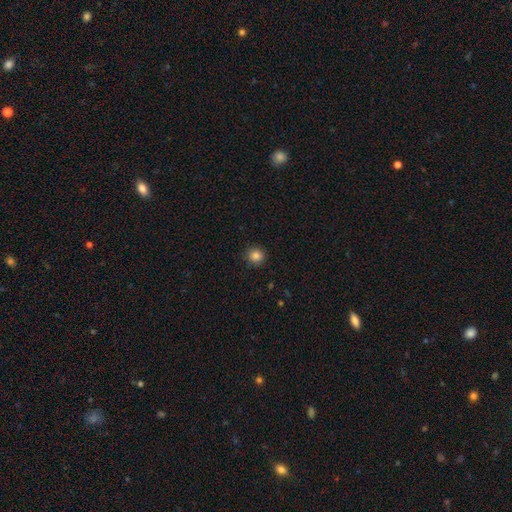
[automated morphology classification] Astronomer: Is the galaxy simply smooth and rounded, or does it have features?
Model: smooth — 85%.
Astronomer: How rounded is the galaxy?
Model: round — 93%.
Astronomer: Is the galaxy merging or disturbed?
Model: none — 91%.